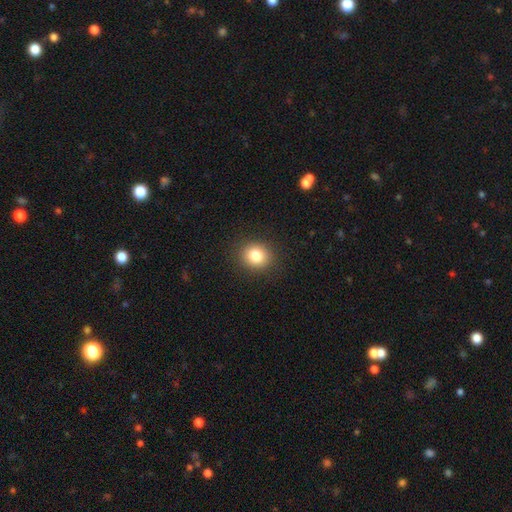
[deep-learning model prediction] This appears to be a smooth galaxy with no disk features (83%) that is round (74%). Merging: none (90%).